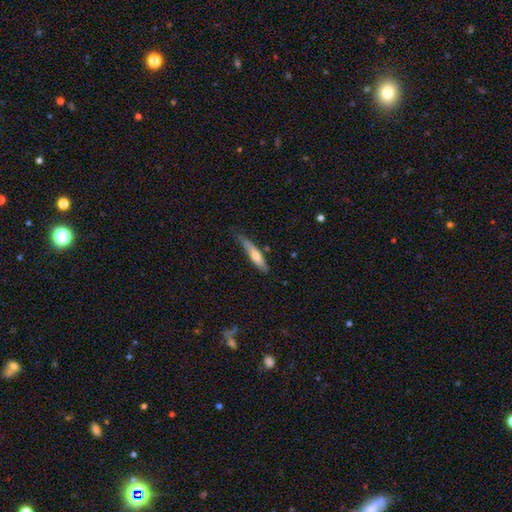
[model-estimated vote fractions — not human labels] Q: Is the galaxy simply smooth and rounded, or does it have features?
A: smooth — 61%.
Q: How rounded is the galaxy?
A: cigar-shaped — 84%.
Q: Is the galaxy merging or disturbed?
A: none — 60%.